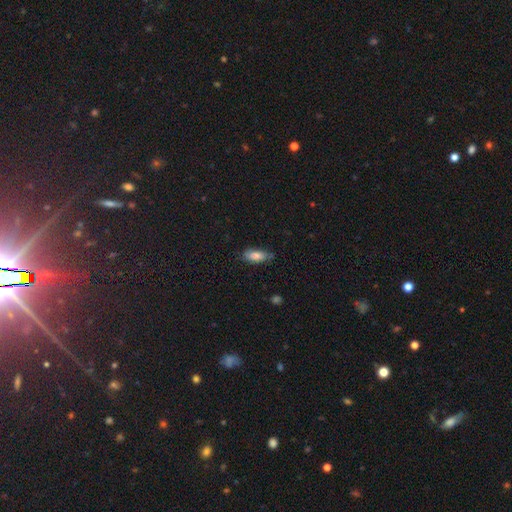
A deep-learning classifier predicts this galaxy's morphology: smooth 81%, featured or disk 12%, star or artifact 7%. Down the decision tree: how rounded — in between (79%); merging — none (73%).